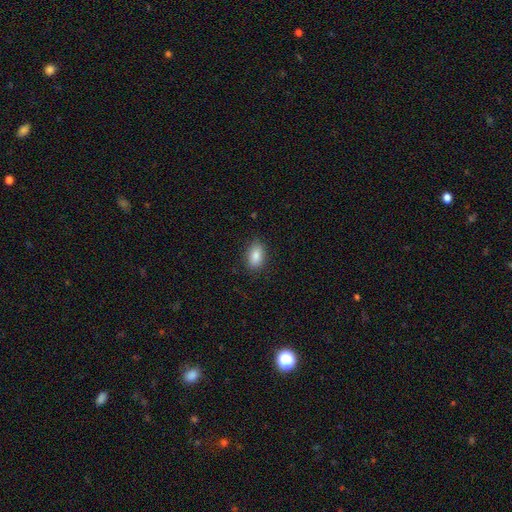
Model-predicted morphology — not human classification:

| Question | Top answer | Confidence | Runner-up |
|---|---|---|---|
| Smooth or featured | smooth | 86% | star or artifact (8%) |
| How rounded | in between | 90% | round (8%) |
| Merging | none | 85% | minor disturbance (11%) |